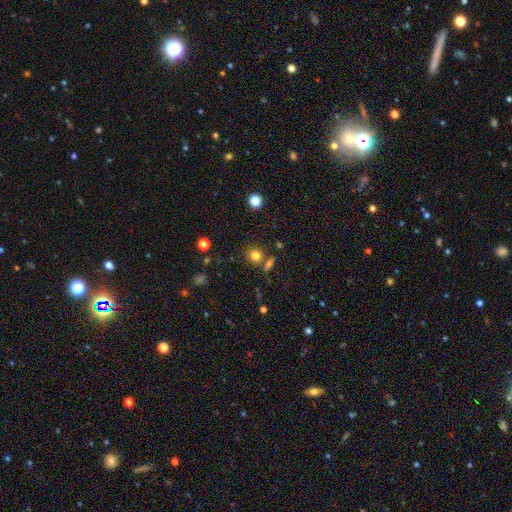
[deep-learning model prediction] Smooth or featured?
  - smooth: 79% *
  - star or artifact: 13%
  - featured or disk: 9%
How rounded?
  - round: 81% *
  - in between: 17%
  - cigar-shaped: 2%
Merging?
  - none: 69% *
  - merger: 17%
  - minor disturbance: 10%
  - major disturbance: 4%